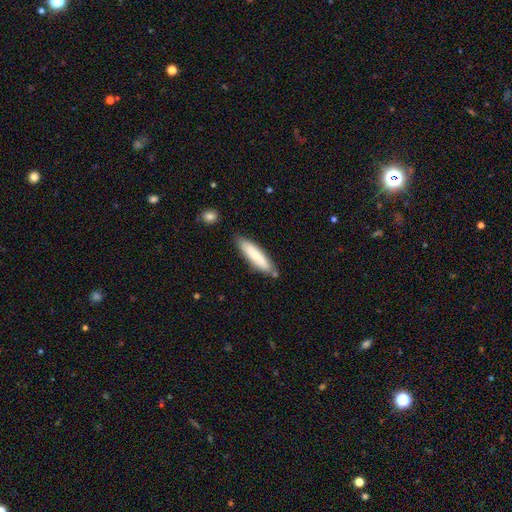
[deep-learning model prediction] smooth_or_featured: smooth (p=0.77) [alt: featured or disk p=0.17]
how_rounded: cigar-shaped (p=0.79) [alt: in between p=0.19]
merging: none (p=0.79) [alt: minor disturbance p=0.14]